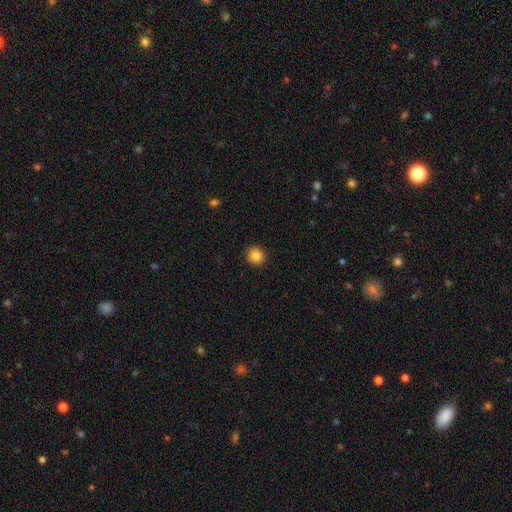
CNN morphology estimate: A smooth galaxy with no disk features (85%) that is round (87%).

Vote fractions:
- Smooth or featured? smooth: 85% / star or artifact: 10% / featured or disk: 5%
- How rounded? round: 87% / in between: 12% / cigar-shaped: 1%
- Merging? none: 91% / minor disturbance: 6% / major disturbance: 2% / merger: 1%